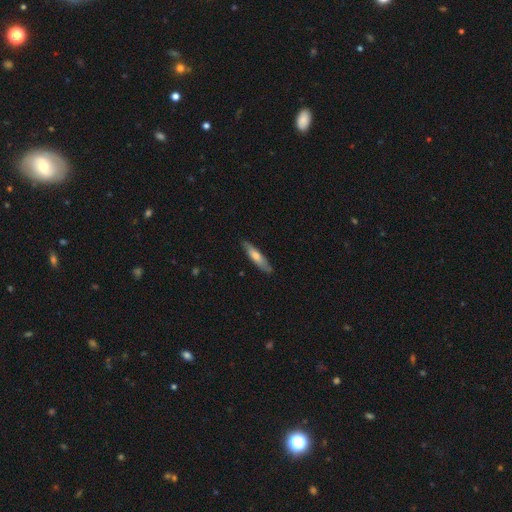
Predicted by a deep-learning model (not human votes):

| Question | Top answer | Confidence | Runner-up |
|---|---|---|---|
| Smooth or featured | smooth | 58% | featured or disk (36%) |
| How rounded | cigar-shaped | 79% | in between (20%) |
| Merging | none | 83% | minor disturbance (14%) |